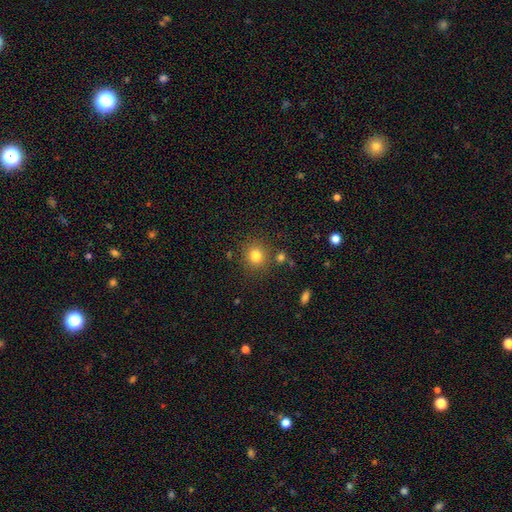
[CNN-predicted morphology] This appears to be a smooth galaxy with no disk features (80%) that is round (88%). Merging: none (82%).